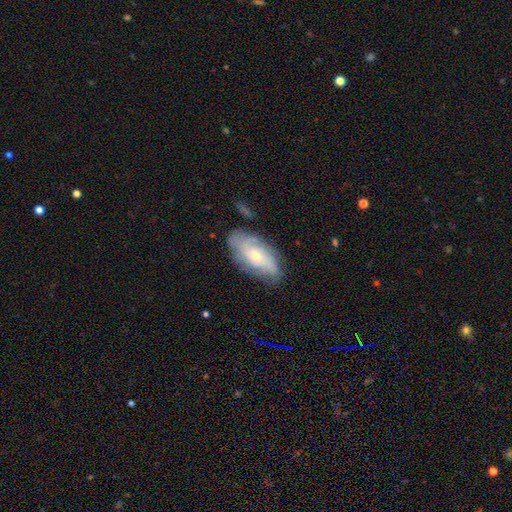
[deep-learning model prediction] Q: Smooth or featured?
A: featured or disk (65%); runner-up: smooth (27%)
Q: Edge-on disk?
A: no (91%); runner-up: yes (9%)
Q: Bar?
A: no (74%); runner-up: weak (22%)
Q: Spiral arms?
A: yes (84%); runner-up: no (16%)
Q: Bulge size?
A: small (63%); runner-up: moderate (34%)
Q: Merging?
A: none (72%); runner-up: minor disturbance (20%)